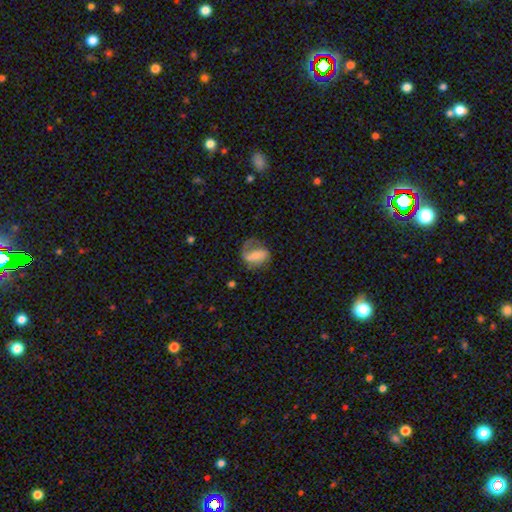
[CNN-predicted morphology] smooth_or_featured: featured or disk (p=0.57) [alt: smooth p=0.36]
disk_edge_on: no (p=0.96) [alt: yes p=0.04]
bar: strong (p=0.37) [alt: weak p=0.36]
has_spiral_arms: yes (p=0.80) [alt: no p=0.20]
bulge_size: small (p=0.43) [alt: moderate p=0.31]
merging: none (p=0.47) [alt: major disturbance p=0.26]